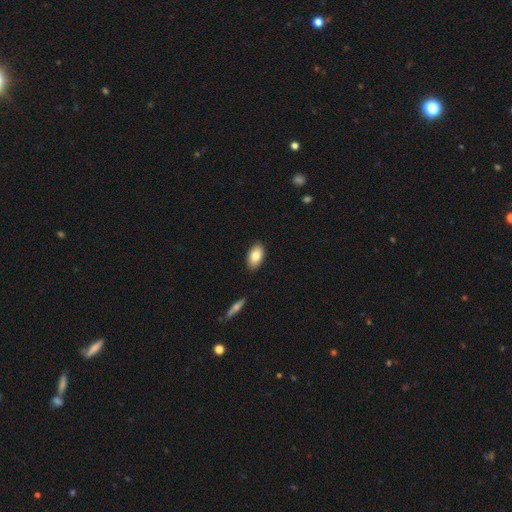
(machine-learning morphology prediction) smooth-or-featured: smooth: 83% | featured or disk: 10% | star or artifact: 7%
  how-rounded: in between: 93% | round: 4% | cigar-shaped: 2%
  merging: none: 88% | minor disturbance: 9% | major disturbance: 2% | merger: 1%